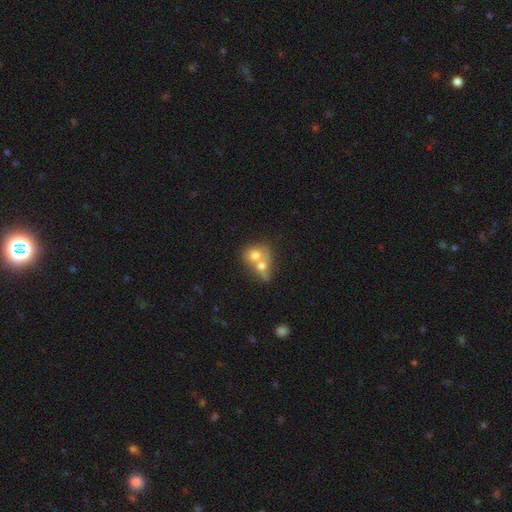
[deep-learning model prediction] The model was most divided on "smooth or featured": smooth: 57%, featured or disk: 25%, star or artifact: 19%. More confident: how rounded — round (67%); merging — merger (63%).